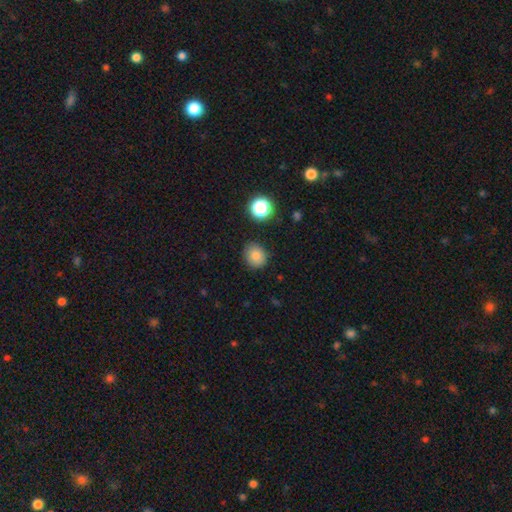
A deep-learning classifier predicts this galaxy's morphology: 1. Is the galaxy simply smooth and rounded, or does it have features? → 81% smooth, 12% star or artifact, 7% featured or disk.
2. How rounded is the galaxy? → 74% round, 26% in between, 1% cigar-shaped.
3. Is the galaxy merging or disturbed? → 86% none, 9% minor disturbance, 2% major disturbance, 2% merger.